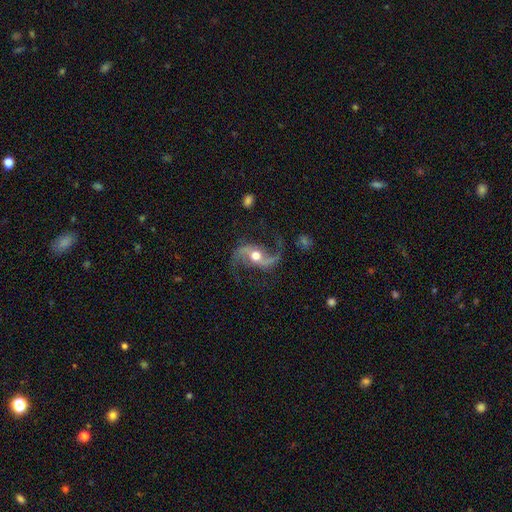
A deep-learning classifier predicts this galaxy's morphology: Smooth or featured?
  - featured or disk: 91% *
  - star or artifact: 5%
  - smooth: 4%
Edge-on disk?
  - no: 96% *
  - yes: 4%
Bar?
  - no: 40% *
  - weak: 33%
  - strong: 26%
Spiral arms?
  - yes: 97% *
  - no: 3%
Spiral winding?
  - loose: 74% *
  - medium: 21%
  - tight: 4%
Spiral arm count?
  - 2: 94% *
  - 1: 1%
  - can't tell: 1%
  - 3: 1%
  - 4: 1%
  - more than 4: 1%
Bulge size?
  - moderate: 73% *
  - large: 15%
  - small: 9%
  - dominant: 2%
  - none: 1%
Merging?
  - none: 76% *
  - minor disturbance: 14%
  - major disturbance: 8%
  - merger: 2%